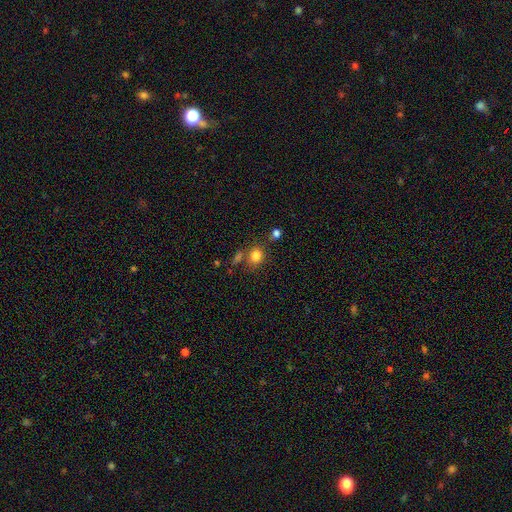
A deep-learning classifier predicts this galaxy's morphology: Smooth or featured: smooth — 81% (star or artifact — 12%)
How rounded: round — 68% (in between — 31%)
Merging: none — 67% (merger — 14%)